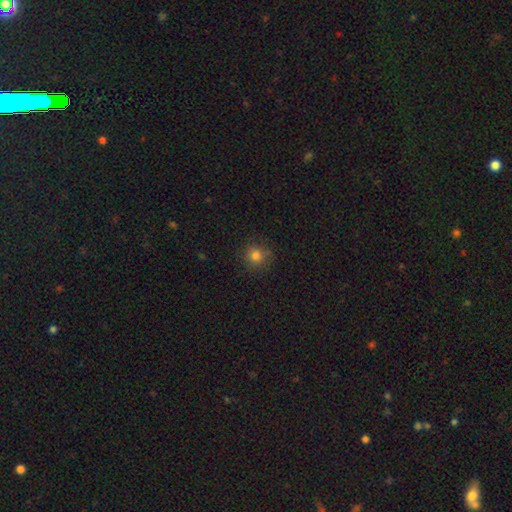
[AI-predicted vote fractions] Smooth or featured? Predicted: smooth (p=0.80). How rounded? Predicted: round (p=0.91). Merging? Predicted: none (p=0.83).